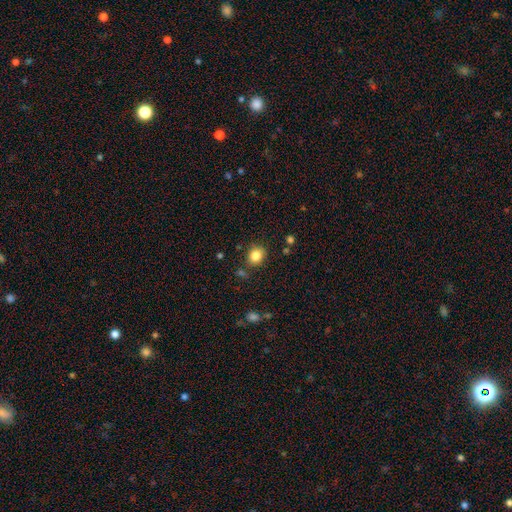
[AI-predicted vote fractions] This appears to be a smooth galaxy with no disk features (84%) that is round (63%). Merging: none (82%).